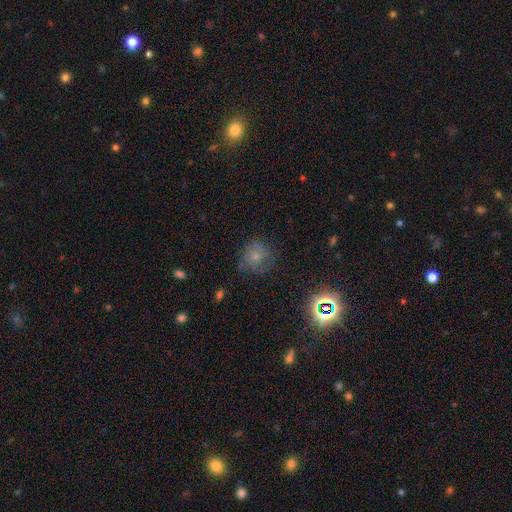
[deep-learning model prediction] Smooth or featured?
  - smooth: 62% *
  - featured or disk: 19%
  - star or artifact: 18%
How rounded?
  - round: 86% *
  - in between: 13%
  - cigar-shaped: 1%
Merging?
  - none: 68% *
  - minor disturbance: 21%
  - major disturbance: 8%
  - merger: 2%